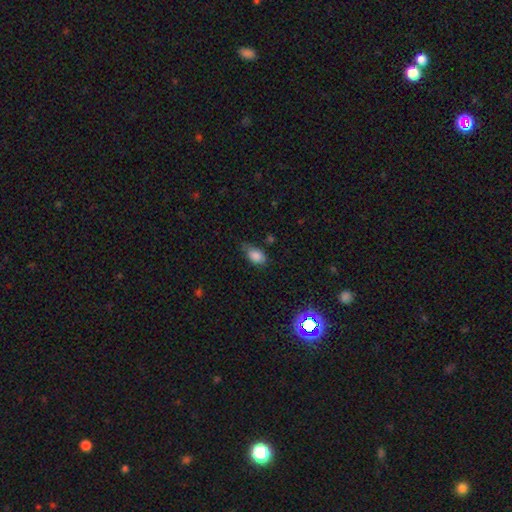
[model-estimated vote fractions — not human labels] This is clearly a smooth galaxy (84%). How rounded: clearly in between (88%). Merging: possibly none (54%).